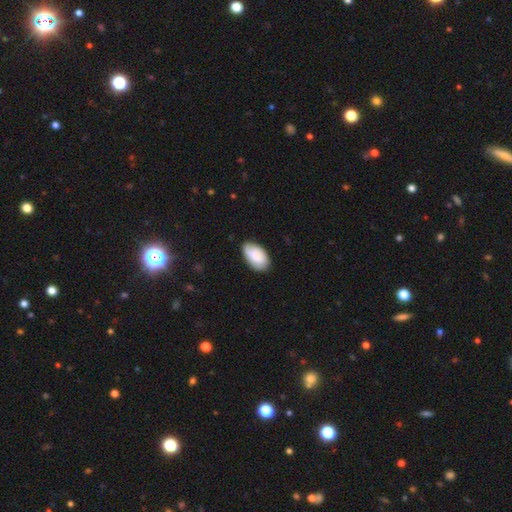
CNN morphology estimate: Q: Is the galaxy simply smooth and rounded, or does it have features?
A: smooth — 82%.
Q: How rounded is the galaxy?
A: in between — 95%.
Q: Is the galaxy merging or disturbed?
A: none — 75%.